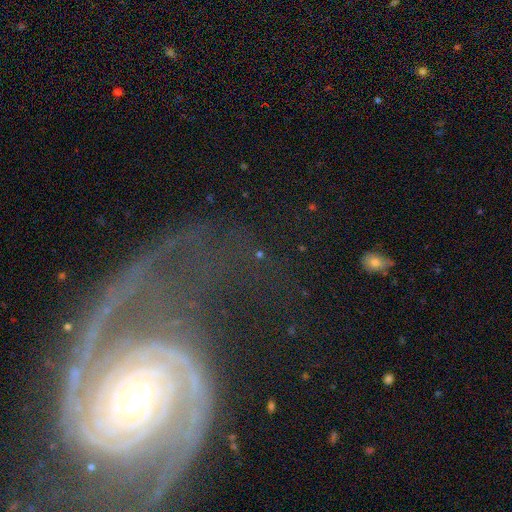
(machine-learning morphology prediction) A featured or disk galaxy (82%) with no bar (60%), 2 (51%) tight (59%) spiral arms (92%) and a small central bulge (66%).

Vote fractions:
- Smooth or featured? featured or disk: 82% / star or artifact: 10% / smooth: 8%
- Edge-on disk? no: 95% / yes: 5%
- Bar? no: 60% / weak: 23% / strong: 18%
- Spiral arms? yes: 92% / no: 8%
- Spiral winding? tight: 59% / medium: 28% / loose: 12%
- Spiral arm count? 2: 51% / can't tell: 18% / 3: 11% / 1: 7% / 4: 7% / more than 4: 7%
- Bulge size? small: 66% / moderate: 28% / large: 3% / none: 2% / dominant: 2%
- Merging? none: 50% / major disturbance: 28% / minor disturbance: 17% / merger: 5%